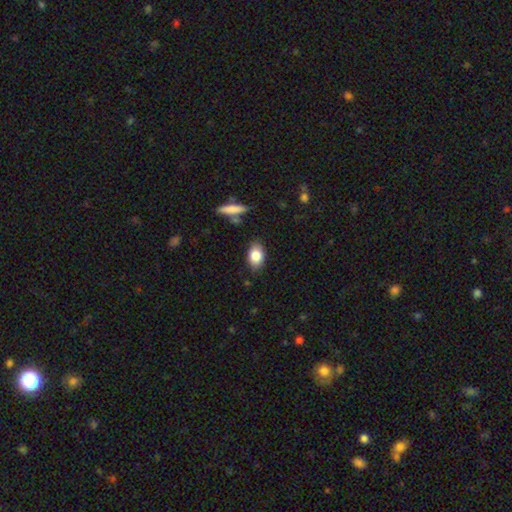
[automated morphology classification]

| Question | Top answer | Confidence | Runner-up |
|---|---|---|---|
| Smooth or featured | smooth | 81% | featured or disk (11%) |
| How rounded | in between | 86% | round (12%) |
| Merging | none | 82% | minor disturbance (13%) |